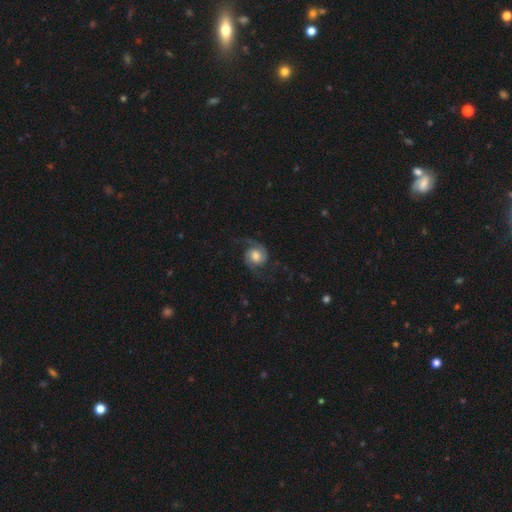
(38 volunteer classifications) A featured or disk galaxy (76%) with no bar (71%), 2 (96%) tight (38%) spiral arms (93%) and a large central bulge (46%).

Vote fractions:
- Smooth or featured? featured or disk: 76% / smooth: 18% / star or artifact: 5%
- Edge-on disk? no: 97% / yes: 3%
- Bar? no: 71% / weak: 21% / strong: 7%
- Spiral arms? yes: 93% / no: 7%
- Spiral winding? tight: 38% / medium: 35% / loose: 27%
- Spiral arm count? 2: 96% / 1: 4% / 3: 0% / 4: 0% / more than 4: 0% / can't tell: 0%
- Bulge size? large: 46% / moderate: 43% / small: 7% / none: 4% / dominant: 0%
- Merging? none: 69% / minor disturbance: 19% / major disturbance: 11% / merger: 0%